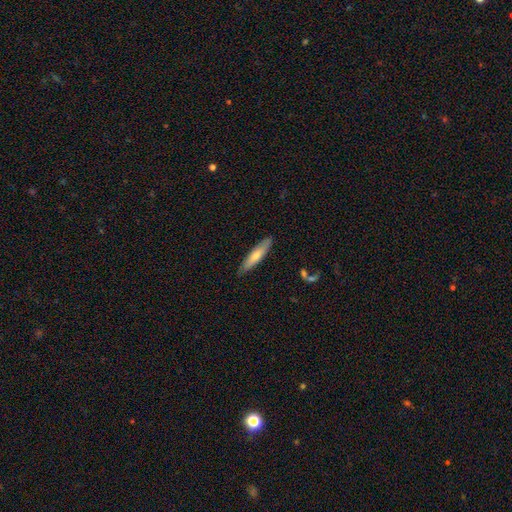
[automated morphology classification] Smooth or featured?
  - smooth: 64% *
  - featured or disk: 30%
  - star or artifact: 6%
How rounded?
  - cigar-shaped: 83% *
  - in between: 15%
  - round: 1%
Merging?
  - none: 86% *
  - minor disturbance: 11%
  - major disturbance: 2%
  - merger: 1%